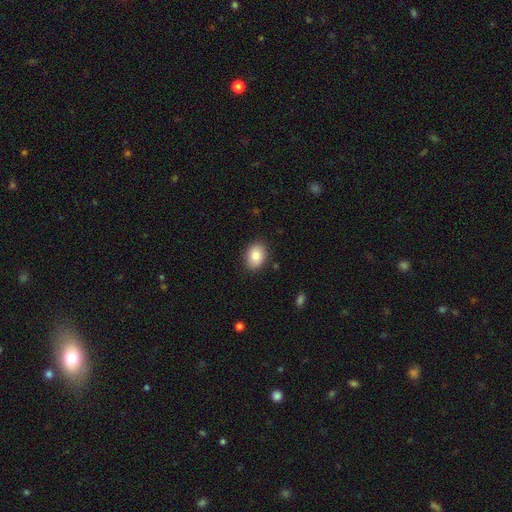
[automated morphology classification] A smooth galaxy with no disk features (84%) that is in between round and cigar-shaped (71%). Merging: none (88%).